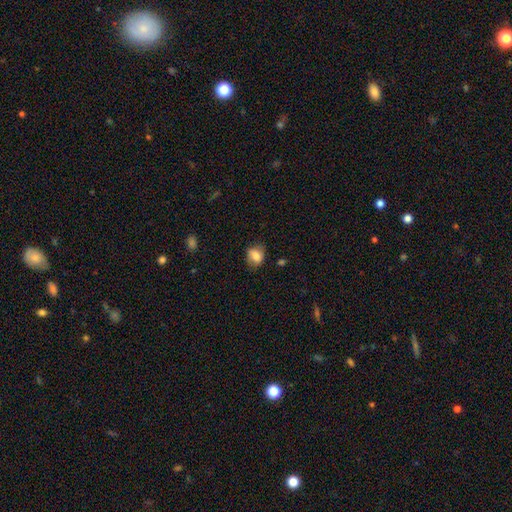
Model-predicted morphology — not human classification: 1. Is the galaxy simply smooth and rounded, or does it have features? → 76% smooth, 15% featured or disk, 9% star or artifact.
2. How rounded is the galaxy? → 50% round, 49% in between, 1% cigar-shaped.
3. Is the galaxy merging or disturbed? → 69% none, 23% minor disturbance, 6% major disturbance, 2% merger.